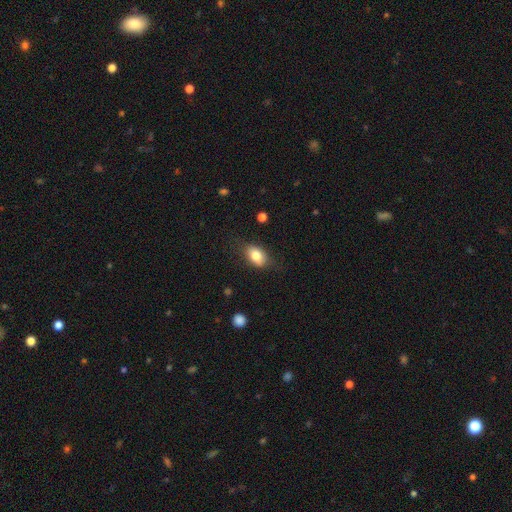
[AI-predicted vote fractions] smooth 79%, featured or disk 13%, star or artifact 8%. Down the decision tree: how rounded — in between (83%); merging — none (75%).